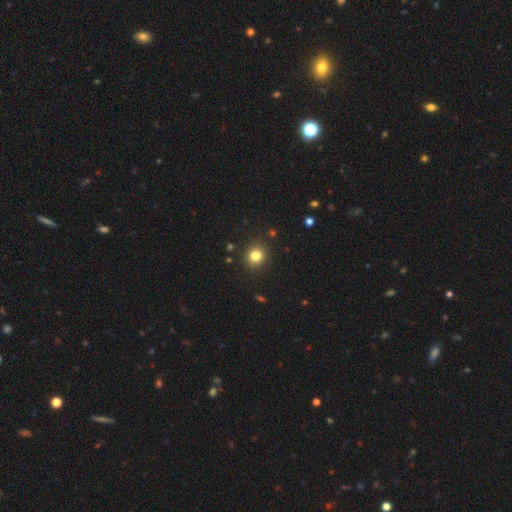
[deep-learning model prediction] This appears to be a smooth galaxy with no disk features (81%) that is round (79%). Merging: none (89%).